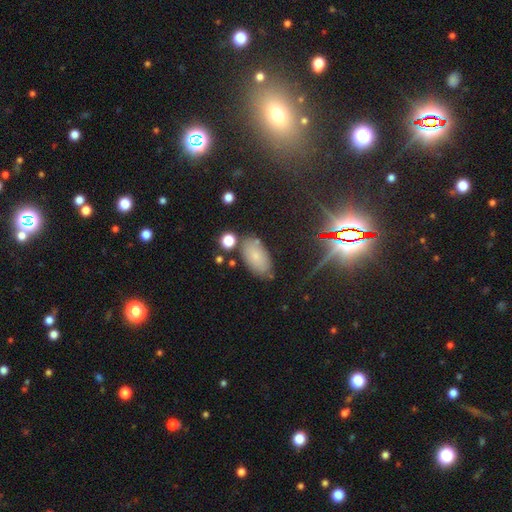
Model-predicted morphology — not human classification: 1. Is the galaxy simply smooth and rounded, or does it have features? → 68% smooth, 17% star or artifact, 15% featured or disk.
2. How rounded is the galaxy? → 93% in between, 4% round, 3% cigar-shaped.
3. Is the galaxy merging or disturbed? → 77% none, 14% minor disturbance, 5% merger, 4% major disturbance.